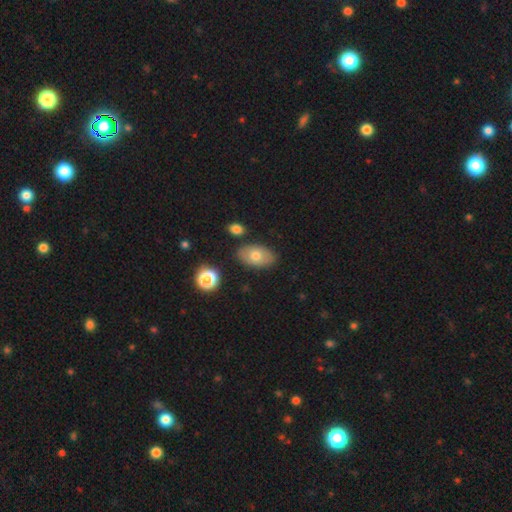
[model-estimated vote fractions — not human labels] This is likely a smooth galaxy (72%). How rounded: clearly in between (90%). Merging: clearly none (81%).